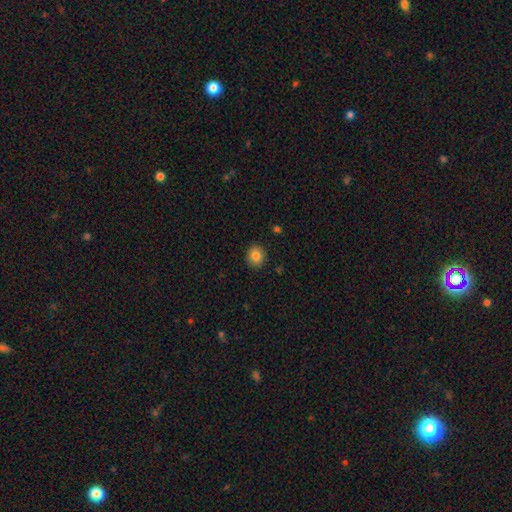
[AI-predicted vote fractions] Morphology: type=smooth (84%); roundness=round (78%); merging=none (90%).